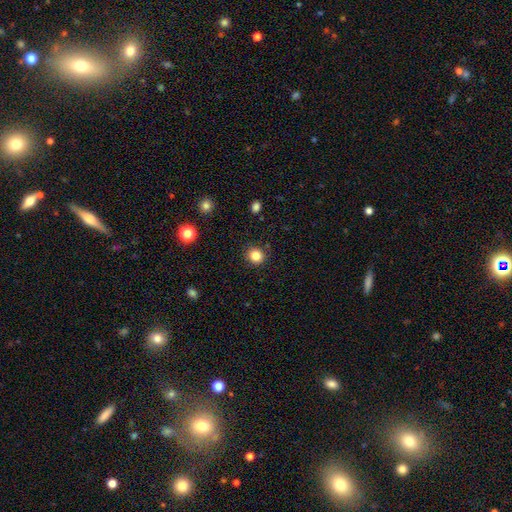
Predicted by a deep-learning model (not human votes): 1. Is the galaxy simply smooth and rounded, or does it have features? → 83% smooth, 12% star or artifact, 5% featured or disk.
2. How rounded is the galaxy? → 89% round, 10% in between, 1% cigar-shaped.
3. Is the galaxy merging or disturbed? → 90% none, 7% minor disturbance, 2% major disturbance, 1% merger.